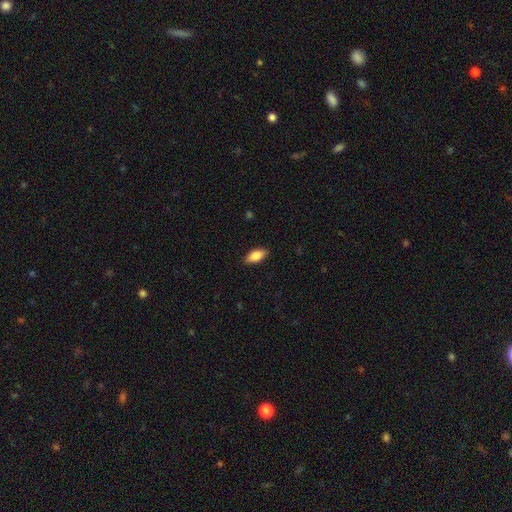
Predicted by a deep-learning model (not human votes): Smooth or featured: smooth — 85% (featured or disk — 9%)
How rounded: in between — 89% (cigar-shaped — 8%)
Merging: none — 88% (minor disturbance — 9%)